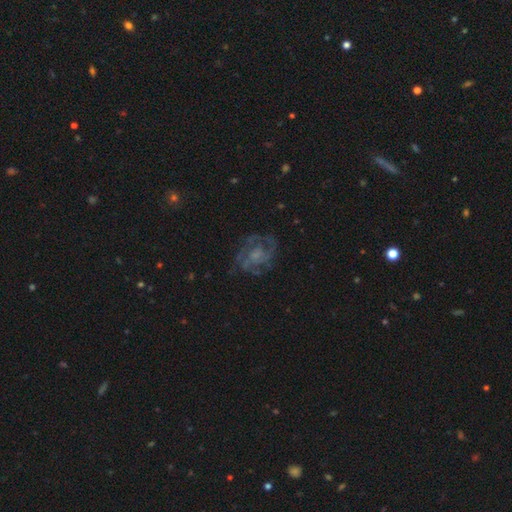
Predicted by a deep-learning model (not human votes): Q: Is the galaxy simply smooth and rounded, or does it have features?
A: featured or disk — 78%.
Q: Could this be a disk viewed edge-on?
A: no — 98%.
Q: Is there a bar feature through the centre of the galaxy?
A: no — 67%.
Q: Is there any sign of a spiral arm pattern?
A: yes — 88%.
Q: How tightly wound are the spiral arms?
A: medium — 46%.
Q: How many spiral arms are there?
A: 2 — 28%.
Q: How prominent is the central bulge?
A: small — 37%.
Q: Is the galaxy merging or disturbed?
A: none — 69%.